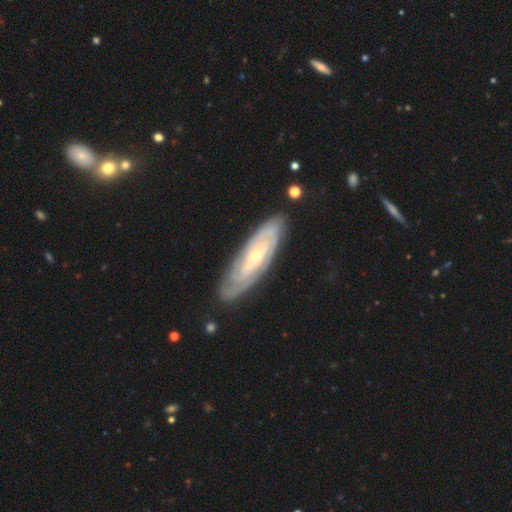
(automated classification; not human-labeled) Morphology: type=featured or disk (80%); edge-on=no (83%); bar=no (60%); spiral arms=yes (91%); winding=tight (74%); arm count=can't tell (50%); bulge=small (71%); merging=none (82%).